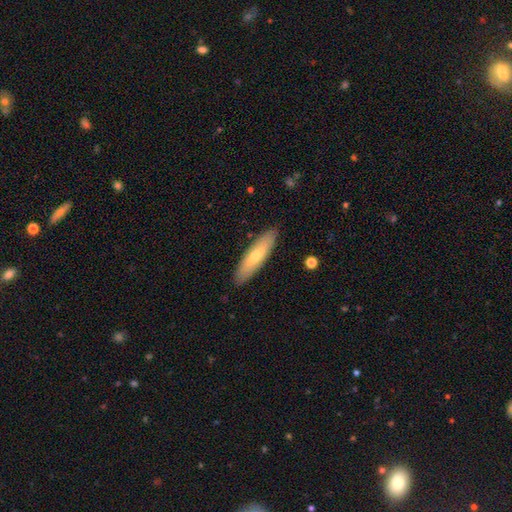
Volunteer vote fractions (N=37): A smooth galaxy with no disk features (68%) that is cigar-shaped (68%).

Vote fractions:
- Smooth or featured? smooth: 68% / featured or disk: 32% / star or artifact: 0%
- How rounded? cigar-shaped: 68% / in between: 32% / round: 0%
- Merging? none: 89% / minor disturbance: 5% / major disturbance: 3% / merger: 3%